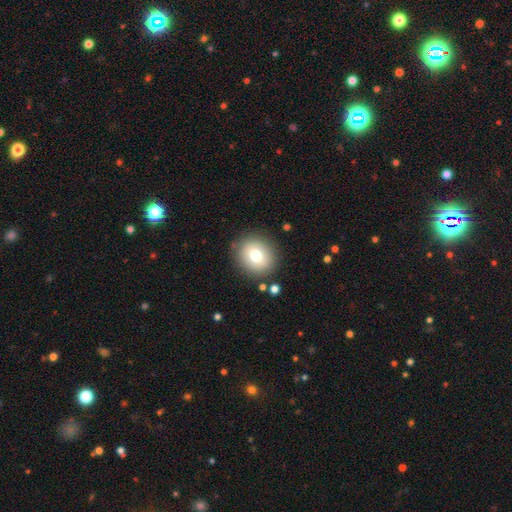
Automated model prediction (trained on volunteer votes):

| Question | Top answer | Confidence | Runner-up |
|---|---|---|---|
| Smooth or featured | smooth | 74% | featured or disk (15%) |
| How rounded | round | 84% | in between (15%) |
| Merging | none | 87% | minor disturbance (8%) |